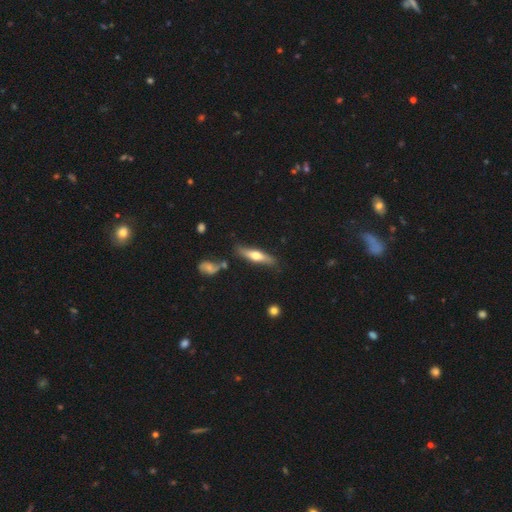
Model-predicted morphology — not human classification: smooth-or-featured: featured or disk: 49% | smooth: 46% | star or artifact: 6%
  merging: none: 79% | minor disturbance: 14% | merger: 4% | major disturbance: 3%